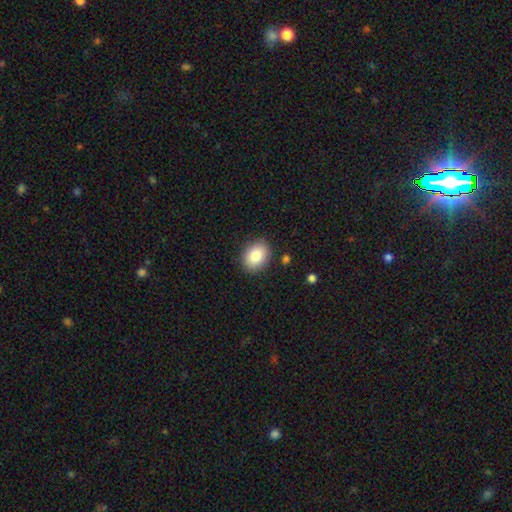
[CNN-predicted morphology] This is clearly a smooth galaxy (84%). How rounded: likely in between (61%). Merging: clearly none (87%).